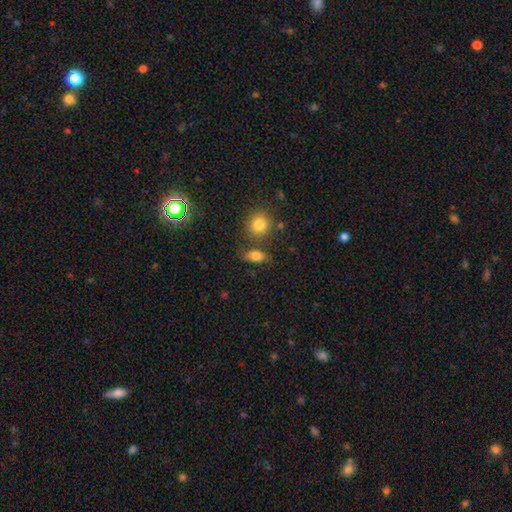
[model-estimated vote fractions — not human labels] This is likely a smooth galaxy (78%). How rounded: likely in between (76%). Merging: likely none (67%).